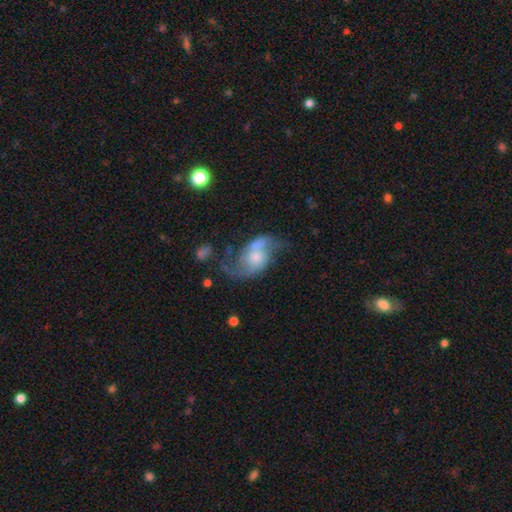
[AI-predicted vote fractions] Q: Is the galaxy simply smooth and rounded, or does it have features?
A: featured or disk — 81%.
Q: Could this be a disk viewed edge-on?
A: no — 97%.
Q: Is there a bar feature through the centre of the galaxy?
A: no — 63%.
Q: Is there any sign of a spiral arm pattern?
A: yes — 93%.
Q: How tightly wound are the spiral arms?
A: loose — 58%.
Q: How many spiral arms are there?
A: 2 — 88%.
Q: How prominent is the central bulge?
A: moderate — 40%.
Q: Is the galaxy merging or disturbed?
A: none — 54%.